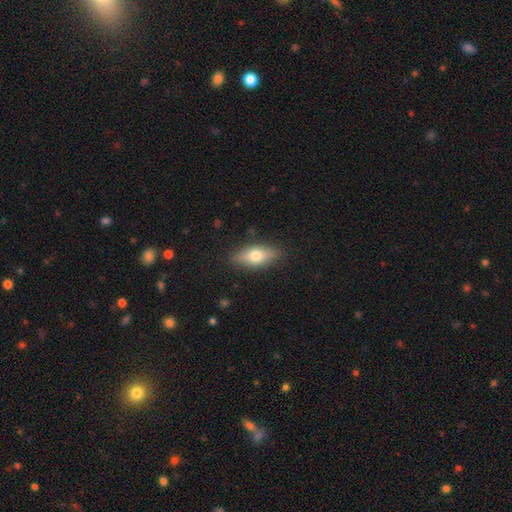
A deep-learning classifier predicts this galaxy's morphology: This is likely a smooth galaxy (64%). How rounded: likely in between (74%). Merging: clearly none (85%).